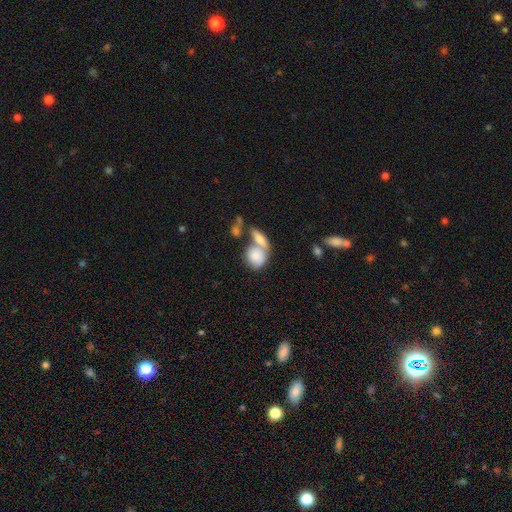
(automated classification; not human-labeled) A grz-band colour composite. It shows a smooth galaxy with no disk features (78%) that is round (54%). Merging: merger (54%).